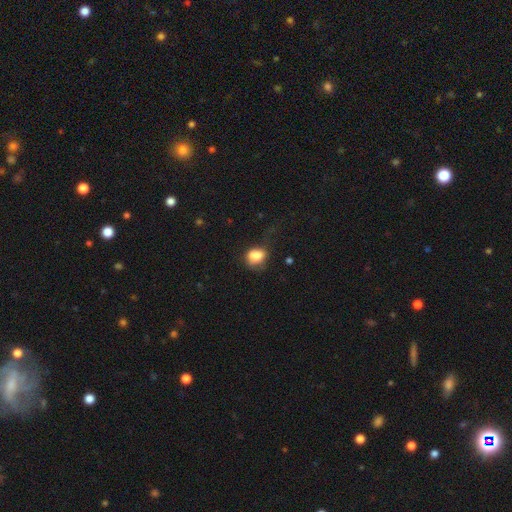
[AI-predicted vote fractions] A smooth galaxy with no disk features (81%) that is in between round and cigar-shaped (62%). Merging: none (42%).